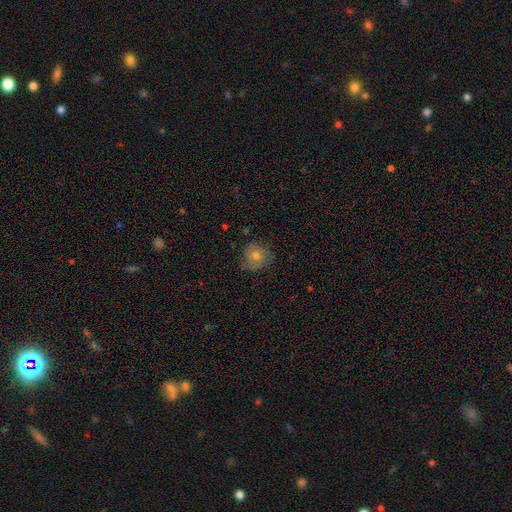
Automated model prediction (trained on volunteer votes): Smooth or featured?
  - smooth: 57% *
  - featured or disk: 30%
  - star or artifact: 14%
How rounded?
  - round: 86% *
  - in between: 13%
  - cigar-shaped: 1%
Merging?
  - none: 73% *
  - minor disturbance: 20%
  - major disturbance: 6%
  - merger: 1%